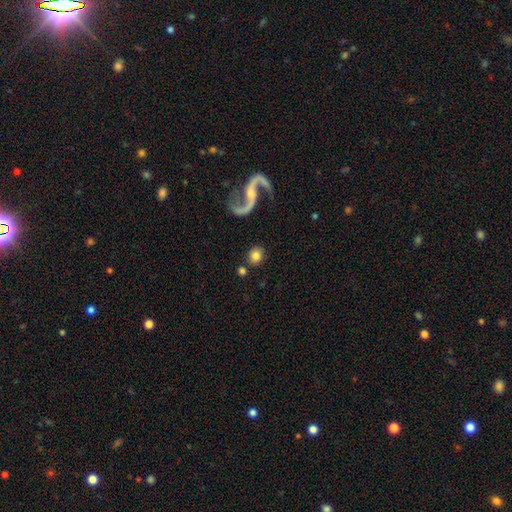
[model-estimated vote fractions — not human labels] This is likely a smooth galaxy (72%). How rounded: clearly round (82%). Merging: clearly none (81%).